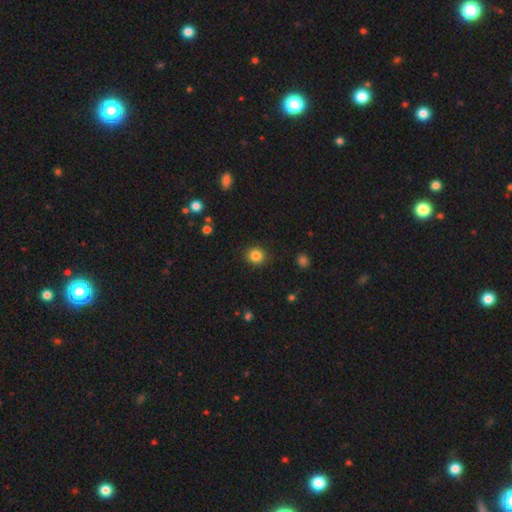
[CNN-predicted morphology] Q: Smooth or featured?
A: smooth (85%); runner-up: star or artifact (11%)
Q: How rounded?
A: round (89%); runner-up: in between (10%)
Q: Merging?
A: none (90%); runner-up: minor disturbance (6%)